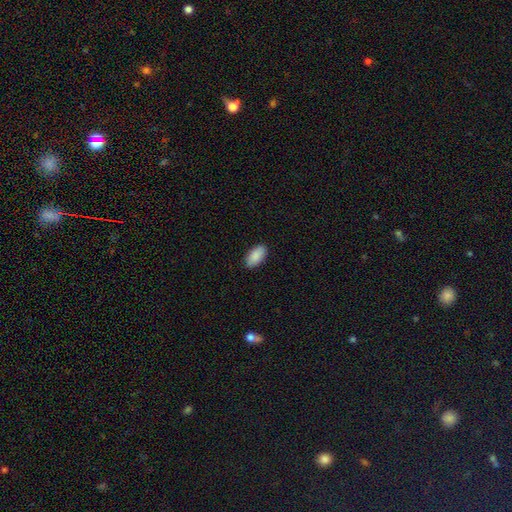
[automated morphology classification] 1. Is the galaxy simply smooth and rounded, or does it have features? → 90% smooth, 6% star or artifact, 4% featured or disk.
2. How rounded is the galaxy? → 95% in between, 3% cigar-shaped, 2% round.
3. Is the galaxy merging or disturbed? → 88% none, 9% minor disturbance, 2% major disturbance, 1% merger.